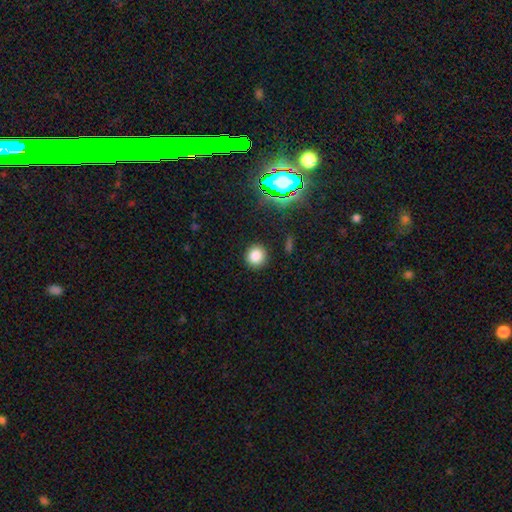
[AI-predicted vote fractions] Smooth or featured? smooth (81%)
How rounded? round (88%)
Merging? none (90%)